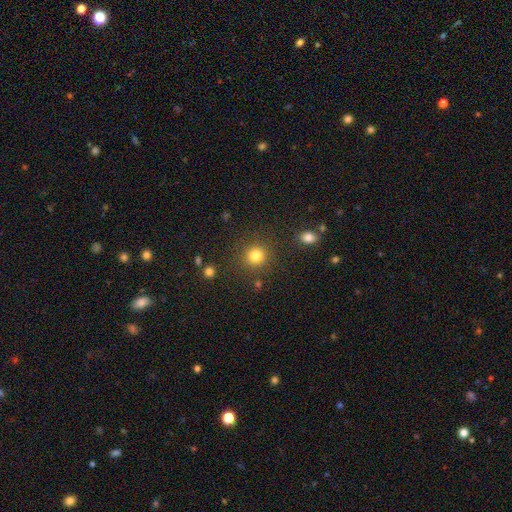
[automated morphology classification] Smooth or featured? smooth (82%)
How rounded? round (92%)
Merging? none (86%)